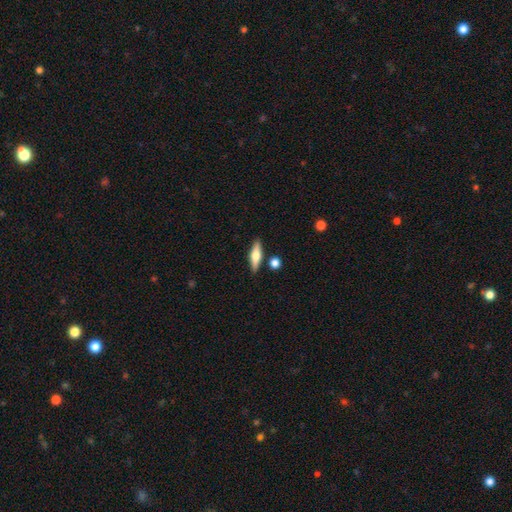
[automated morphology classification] The model was most divided on "smooth or featured": smooth: 51%, featured or disk: 43%, star or artifact: 7%. More confident: merging — none (84%); how rounded — cigar-shaped (58%).